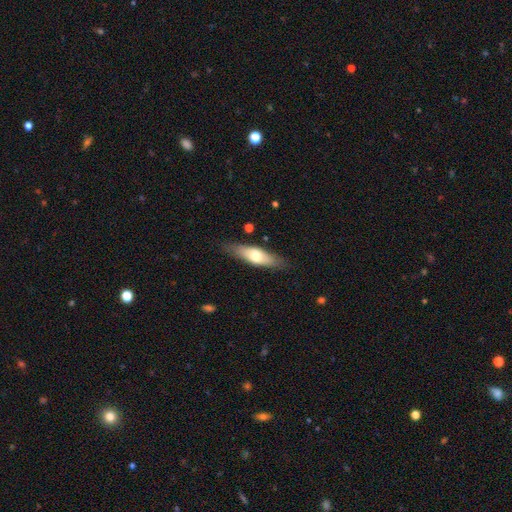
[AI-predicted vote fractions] A smooth galaxy with no disk features (61%) that is cigar-shaped (51%). Merging: none (82%).